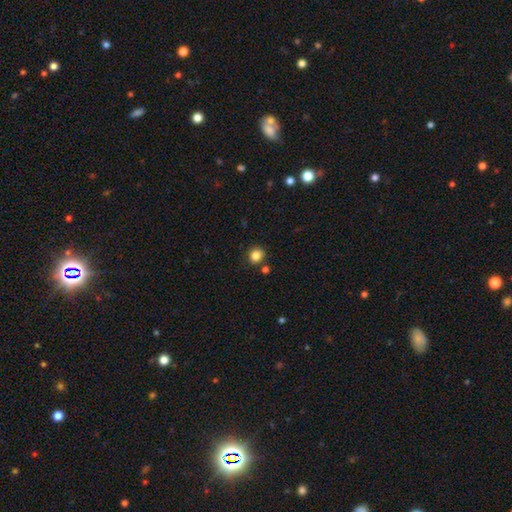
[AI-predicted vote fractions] Overall: smooth (84%). How rounded: round (85%). Merging: none (83%).